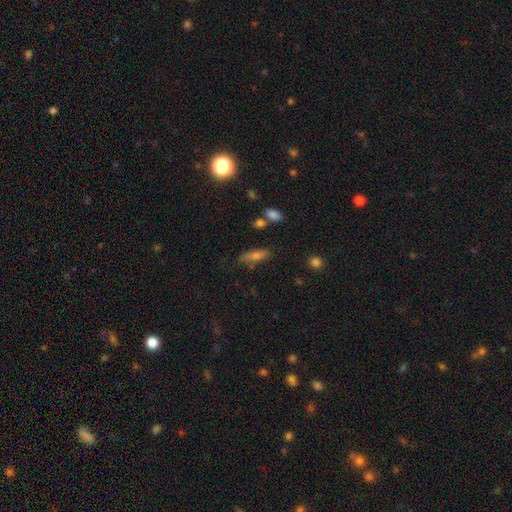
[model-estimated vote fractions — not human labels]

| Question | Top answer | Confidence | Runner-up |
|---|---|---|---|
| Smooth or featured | smooth | 65% | featured or disk (20%) |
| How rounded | cigar-shaped | 49% | in between (47%) |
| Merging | none | 72% | minor disturbance (17%) |